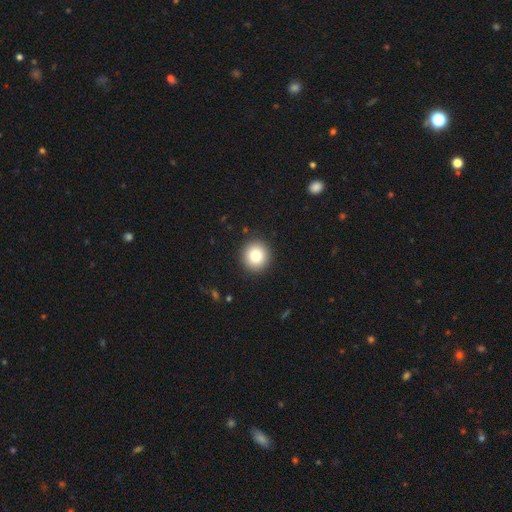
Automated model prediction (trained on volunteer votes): This appears to be a smooth galaxy with no disk features (83%) that is round (93%). Merging: none (92%).